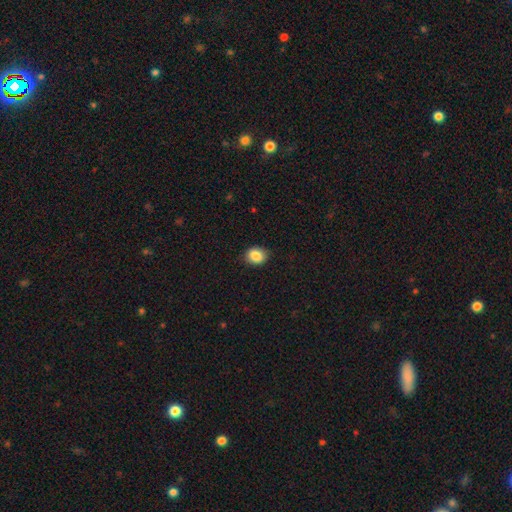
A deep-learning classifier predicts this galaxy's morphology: A smooth galaxy with no disk features (87%) that is round (54%). Merging: none (88%).